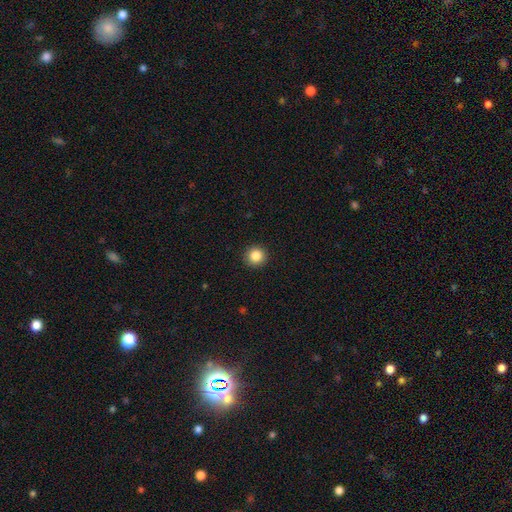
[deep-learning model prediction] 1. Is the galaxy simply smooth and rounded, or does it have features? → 87% smooth, 10% star or artifact, 4% featured or disk.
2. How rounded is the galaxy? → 94% round, 5% in between, 1% cigar-shaped.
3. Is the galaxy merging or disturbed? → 92% none, 5% minor disturbance, 2% major disturbance, 1% merger.